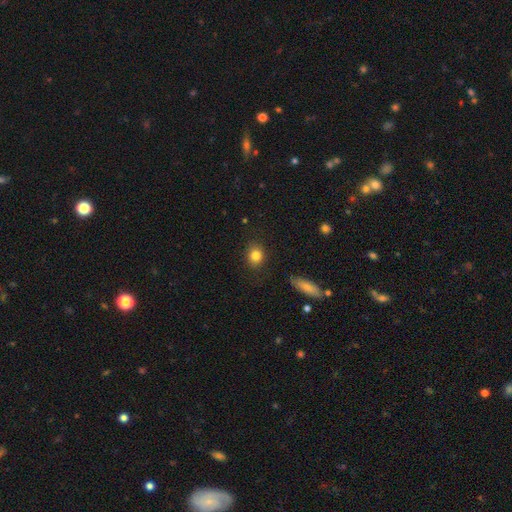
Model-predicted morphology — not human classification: Smooth or featured?
  - smooth: 83% *
  - star or artifact: 10%
  - featured or disk: 7%
How rounded?
  - round: 68% *
  - in between: 31%
  - cigar-shaped: 2%
Merging?
  - none: 86% *
  - minor disturbance: 10%
  - major disturbance: 3%
  - merger: 2%